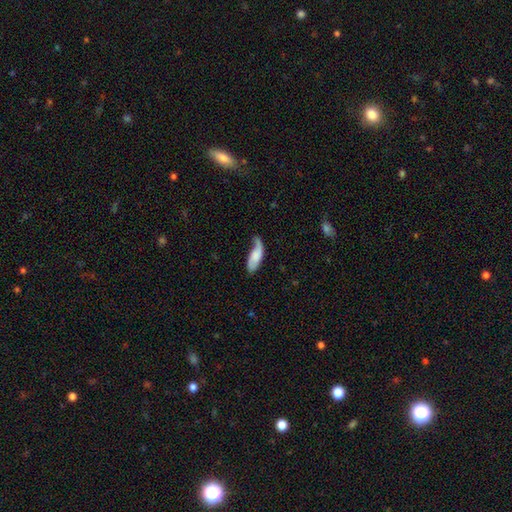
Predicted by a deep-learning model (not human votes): Smooth or featured? Predicted: smooth (p=0.59). How rounded? Predicted: in between (p=0.71). Merging? Predicted: none (p=0.37).